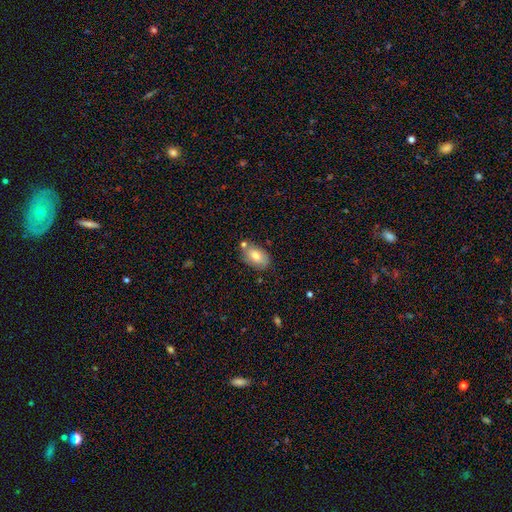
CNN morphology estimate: Smooth or featured? smooth (75%)
How rounded? in between (91%)
Merging? none (68%)